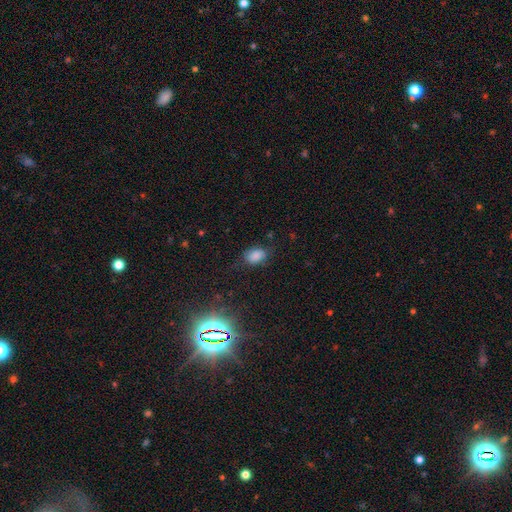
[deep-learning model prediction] Morphology: type=smooth (82%); roundness=in between (82%); merging=none (67%).